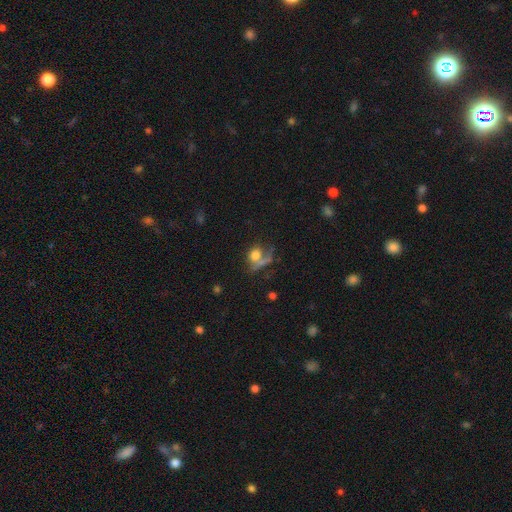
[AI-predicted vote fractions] smooth-or-featured: smooth: 70% | featured or disk: 17% | star or artifact: 13%
  how-rounded: round: 58% | in between: 38% | cigar-shaped: 5%
  merging: none: 43% | merger: 29% | major disturbance: 15% | minor disturbance: 13%